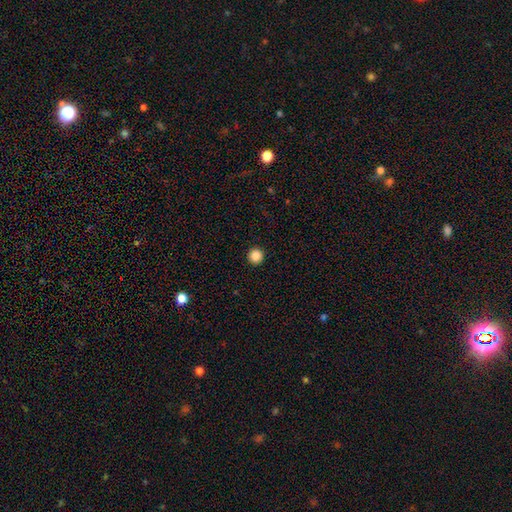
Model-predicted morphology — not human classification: smooth_or_featured: smooth (p=0.87) [alt: star or artifact p=0.10]
how_rounded: round (p=0.96) [alt: in between p=0.03]
merging: none (p=0.94) [alt: minor disturbance p=0.04]